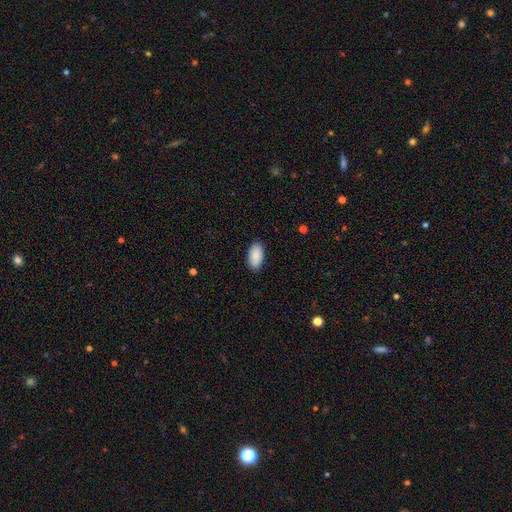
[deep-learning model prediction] Smooth or featured: smooth — 89% (star or artifact — 6%)
How rounded: in between — 95% (cigar-shaped — 2%)
Merging: none — 88% (minor disturbance — 9%)